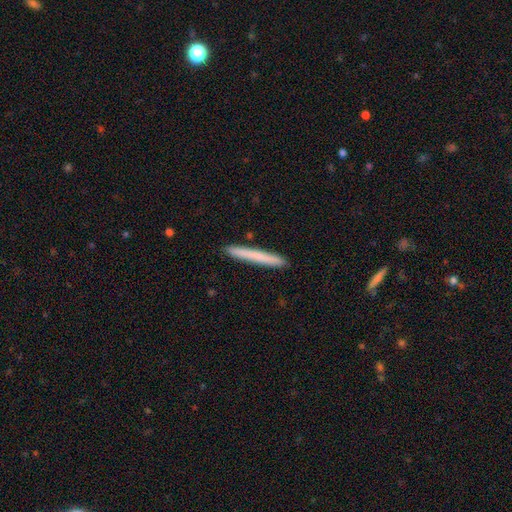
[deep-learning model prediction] Smooth or featured? Predicted: smooth (p=0.71). How rounded? Predicted: cigar-shaped (p=0.97). Merging? Predicted: none (p=0.92).